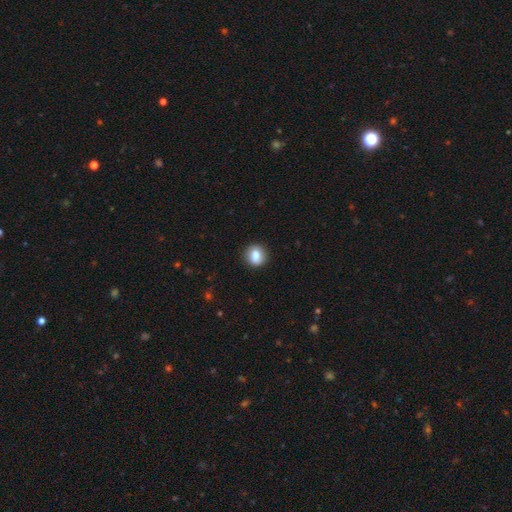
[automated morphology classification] A smooth galaxy with no disk features (82%) that is round (80%).

Vote fractions:
- Smooth or featured? smooth: 82% / featured or disk: 9% / star or artifact: 8%
- How rounded? round: 80% / in between: 19% / cigar-shaped: 1%
- Merging? none: 89% / minor disturbance: 8% / major disturbance: 2% / merger: 1%